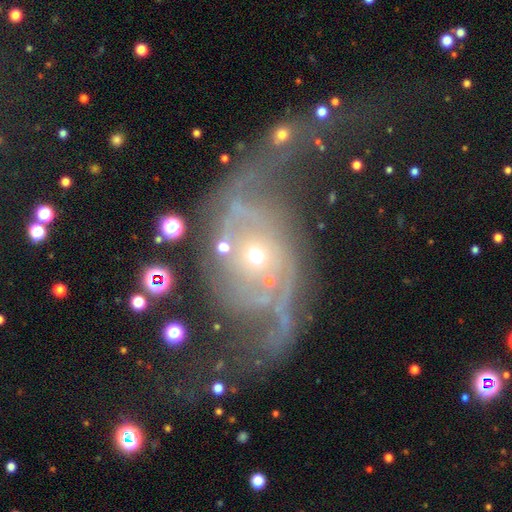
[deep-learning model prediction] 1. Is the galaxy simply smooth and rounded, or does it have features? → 87% featured or disk, 8% star or artifact, 5% smooth.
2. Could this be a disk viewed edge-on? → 97% no, 3% yes.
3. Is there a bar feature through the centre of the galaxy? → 66% no, 24% weak, 10% strong.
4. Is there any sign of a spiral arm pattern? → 95% yes, 5% no.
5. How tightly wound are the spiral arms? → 63% loose, 27% medium, 10% tight.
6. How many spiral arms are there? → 89% 2, 3% can't tell, 2% 1, 2% 3, 2% 4, 2% more than 4.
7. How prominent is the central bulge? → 65% small, 30% moderate, 2% large, 1% none, 1% dominant.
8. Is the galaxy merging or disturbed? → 49% none, 27% major disturbance, 16% minor disturbance, 8% merger.